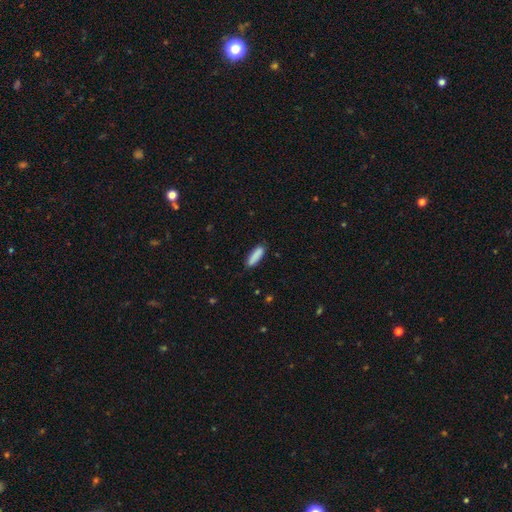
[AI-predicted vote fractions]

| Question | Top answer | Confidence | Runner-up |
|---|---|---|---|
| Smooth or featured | smooth | 89% | star or artifact (7%) |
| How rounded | cigar-shaped | 58% | in between (41%) |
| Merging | none | 85% | minor disturbance (12%) |